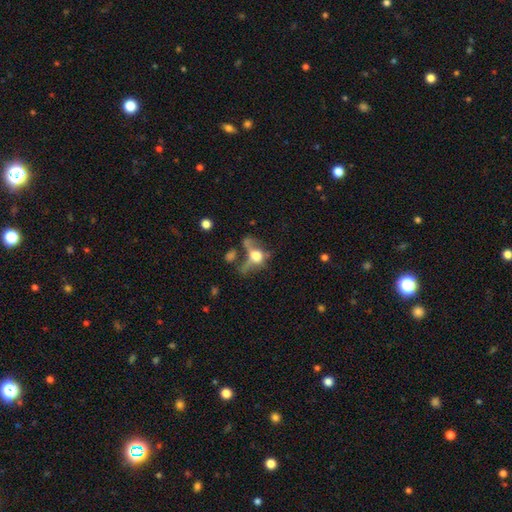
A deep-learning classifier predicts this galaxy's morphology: Smooth or featured? smooth (48%)
Merging? major disturbance (40%)